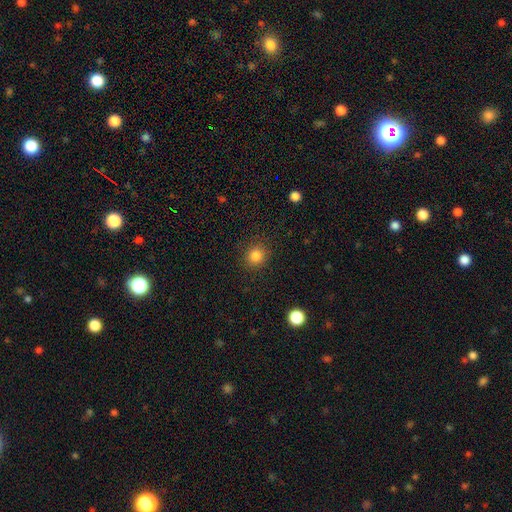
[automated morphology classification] Overall: smooth (84%). How rounded: round (89%). Merging: none (90%).